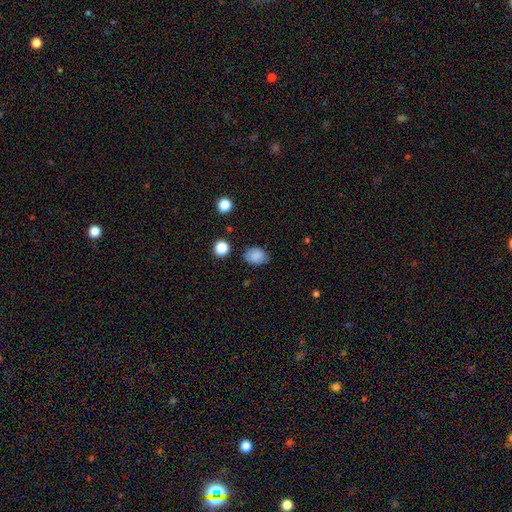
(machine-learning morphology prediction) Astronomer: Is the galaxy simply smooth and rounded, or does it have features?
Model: smooth — 84%.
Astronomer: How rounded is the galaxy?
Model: in between — 67%.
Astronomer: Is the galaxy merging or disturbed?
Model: none — 79%.